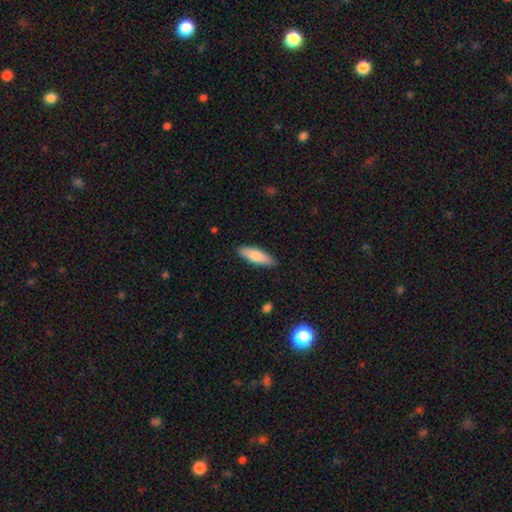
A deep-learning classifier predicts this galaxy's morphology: Overall: smooth (79%). How rounded: in between (53%; cigar-shaped 46%). Merging: none (87%).